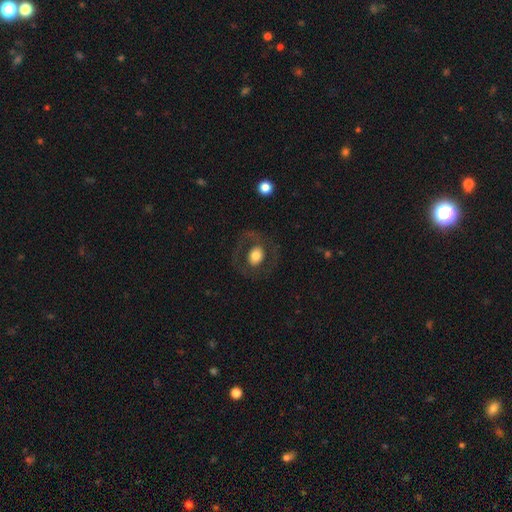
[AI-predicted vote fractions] Morphology: type=smooth (53%); roundness=round (62%); merging=none (76%).